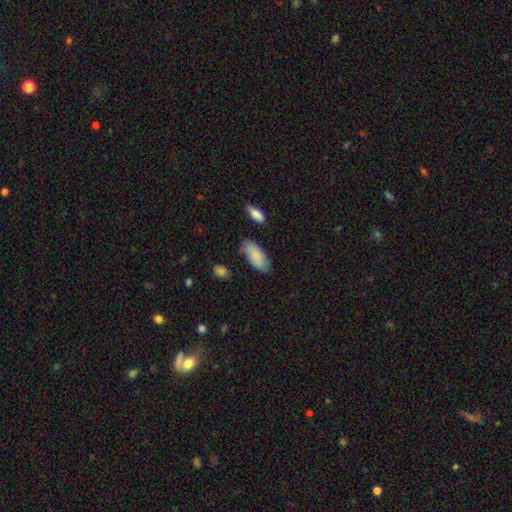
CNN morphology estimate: smooth_or_featured: smooth (p=0.80) [alt: featured or disk p=0.14]
how_rounded: in between (p=0.89) [alt: cigar-shaped p=0.10]
merging: none (p=0.72) [alt: minor disturbance p=0.20]